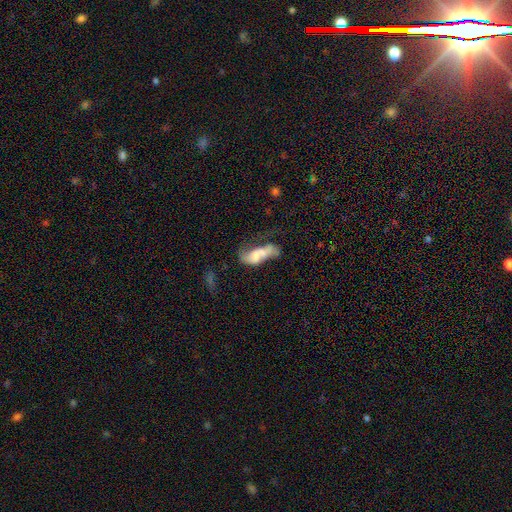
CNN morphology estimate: Smooth or featured?
  - smooth: 49% *
  - featured or disk: 42%
  - star or artifact: 9%
Merging?
  - major disturbance: 33% *
  - merger: 32%
  - none: 18%
  - minor disturbance: 17%